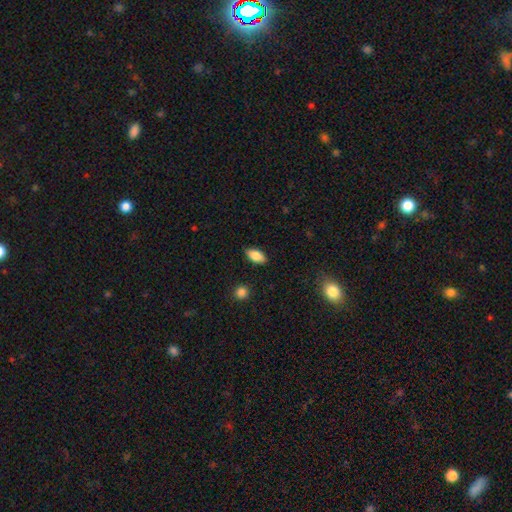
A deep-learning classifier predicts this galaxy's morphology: Q: Smooth or featured?
A: smooth (86%); runner-up: star or artifact (7%)
Q: How rounded?
A: in between (91%); runner-up: cigar-shaped (6%)
Q: Merging?
A: none (87%); runner-up: minor disturbance (10%)